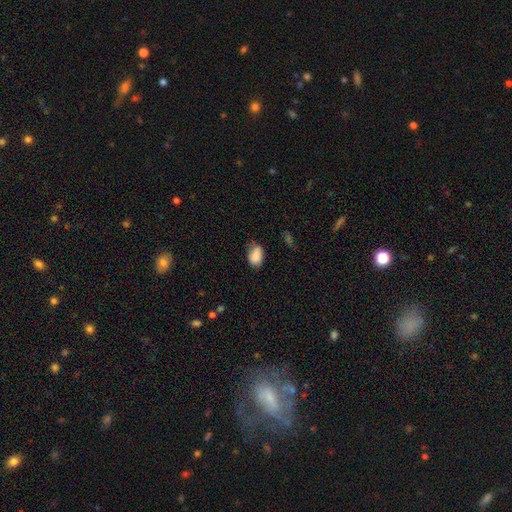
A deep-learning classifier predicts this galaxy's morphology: This is clearly a smooth galaxy (85%). How rounded: clearly in between (84%). Merging: possibly none (58%).